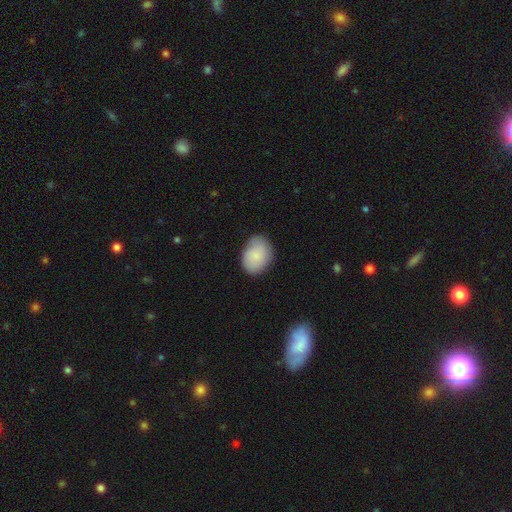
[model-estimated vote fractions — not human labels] smooth-or-featured: smooth: 85% | featured or disk: 8% | star or artifact: 6%
  how-rounded: in between: 70% | round: 29% | cigar-shaped: 1%
  merging: none: 74% | minor disturbance: 20% | major disturbance: 4% | merger: 1%